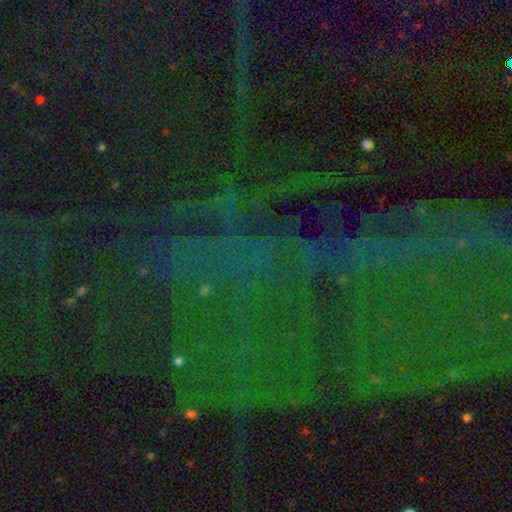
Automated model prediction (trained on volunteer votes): This appears to be a star or artifact, not a galaxy (84%).